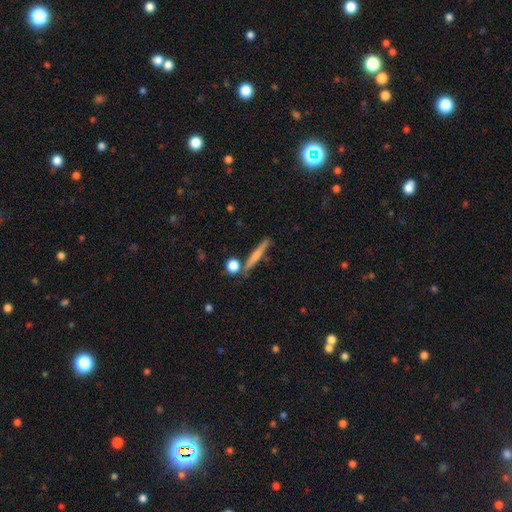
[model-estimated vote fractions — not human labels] Smooth or featured? Predicted: smooth (p=0.57). How rounded? Predicted: cigar-shaped (p=0.89). Merging? Predicted: none (p=0.78).